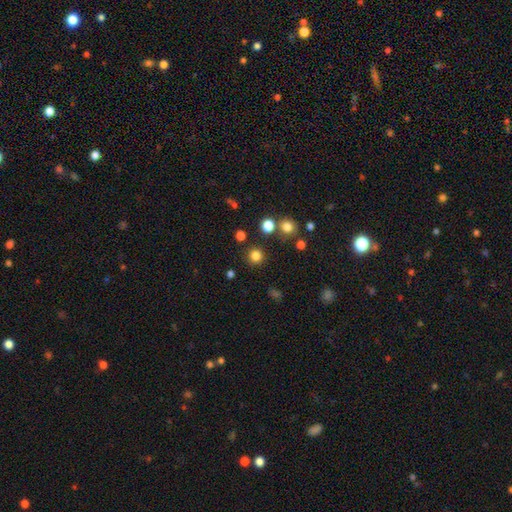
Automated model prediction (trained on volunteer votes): Q: Smooth or featured?
A: smooth (80%); runner-up: star or artifact (15%)
Q: How rounded?
A: round (94%); runner-up: in between (5%)
Q: Merging?
A: none (88%); runner-up: minor disturbance (6%)